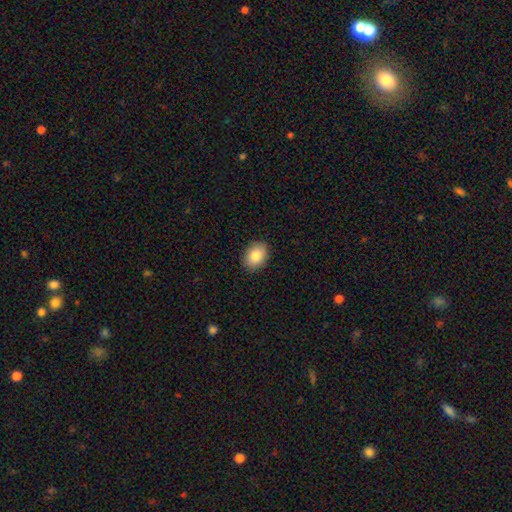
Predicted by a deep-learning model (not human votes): Morphology: type=smooth (84%); roundness=in between (75%); merging=none (90%).